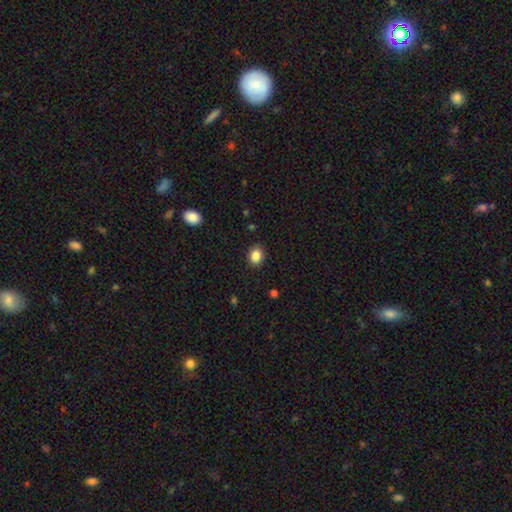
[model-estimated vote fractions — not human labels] Smooth or featured?
  - smooth: 86% *
  - star or artifact: 10%
  - featured or disk: 4%
How rounded?
  - round: 60% *
  - in between: 39%
  - cigar-shaped: 1%
Merging?
  - none: 89% *
  - minor disturbance: 8%
  - major disturbance: 2%
  - merger: 1%